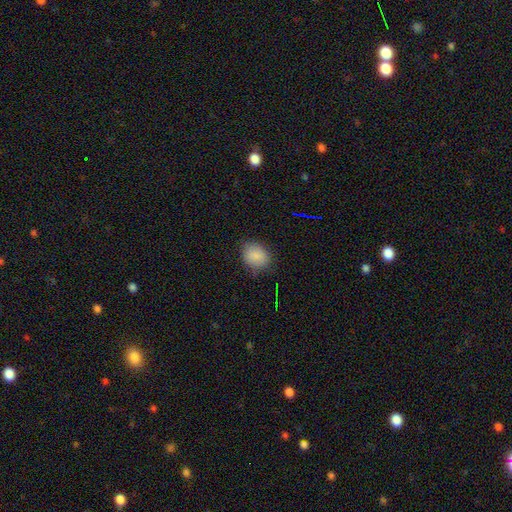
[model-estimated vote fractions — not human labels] smooth_or_featured: smooth (p=0.86) [alt: star or artifact p=0.09]
how_rounded: in between (p=0.54) [alt: round p=0.45]
merging: none (p=0.77) [alt: minor disturbance p=0.17]